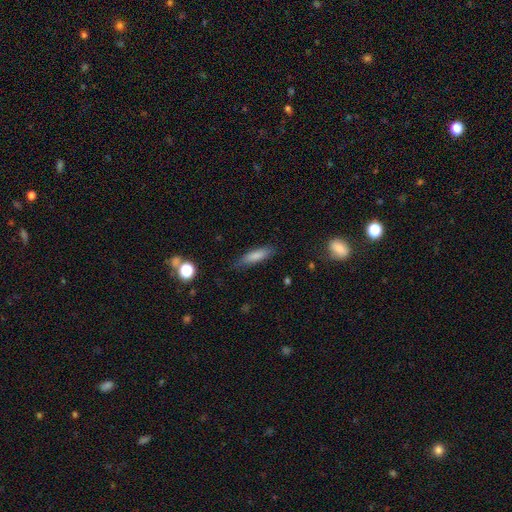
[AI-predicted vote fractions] This appears to be a smooth galaxy with no disk features (80%) that is cigar-shaped (64%). Merging: none (78%).